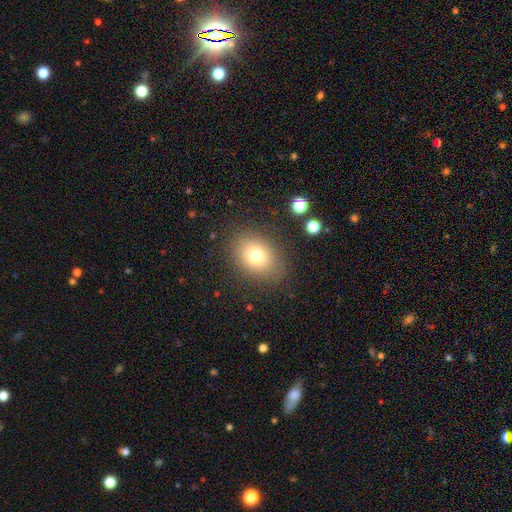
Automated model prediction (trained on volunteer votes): smooth_or_featured: smooth (p=0.74) [alt: star or artifact p=0.13]
how_rounded: in between (p=0.58) [alt: round p=0.42]
merging: none (p=0.82) [alt: minor disturbance p=0.11]